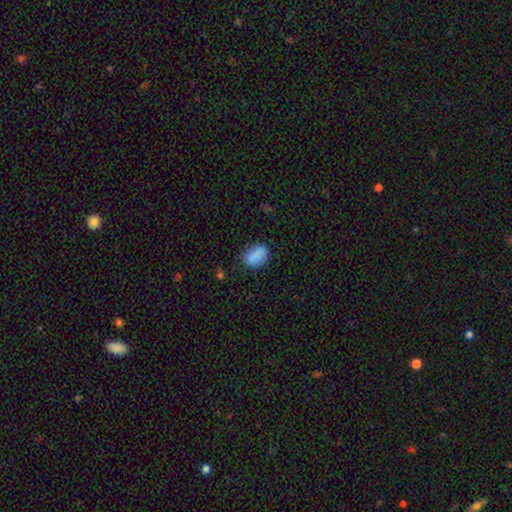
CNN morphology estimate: Smooth or featured? Predicted: smooth (p=0.87). How rounded? Predicted: in between (p=0.83). Merging? Predicted: none (p=0.73).